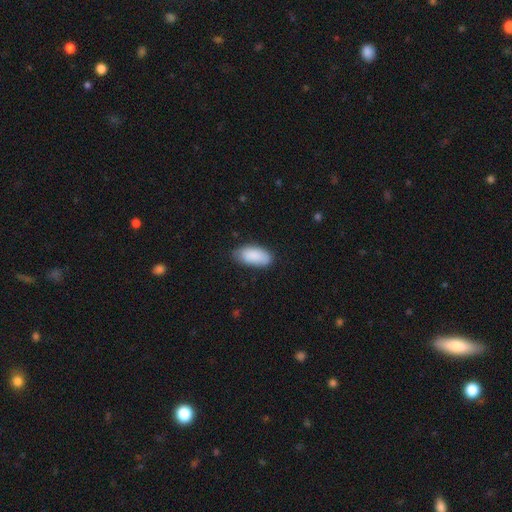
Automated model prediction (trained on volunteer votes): Smooth or featured?
  - smooth: 89% *
  - star or artifact: 6%
  - featured or disk: 5%
How rounded?
  - in between: 92% *
  - cigar-shaped: 6%
  - round: 2%
Merging?
  - none: 76% *
  - minor disturbance: 20%
  - major disturbance: 3%
  - merger: 1%